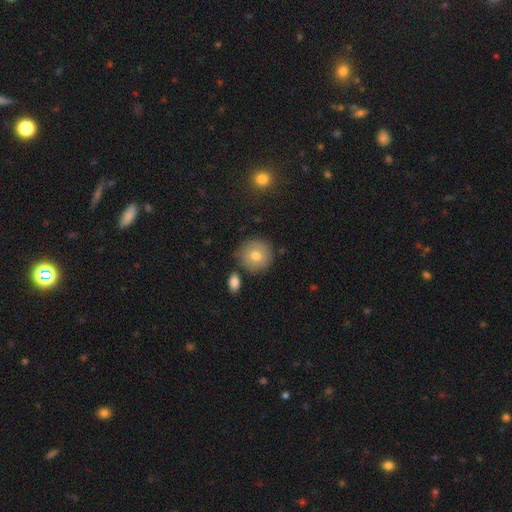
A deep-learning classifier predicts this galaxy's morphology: Smooth or featured: smooth — 74% (featured or disk — 17%)
How rounded: round — 91% (in between — 8%)
Merging: none — 80% (minor disturbance — 12%)